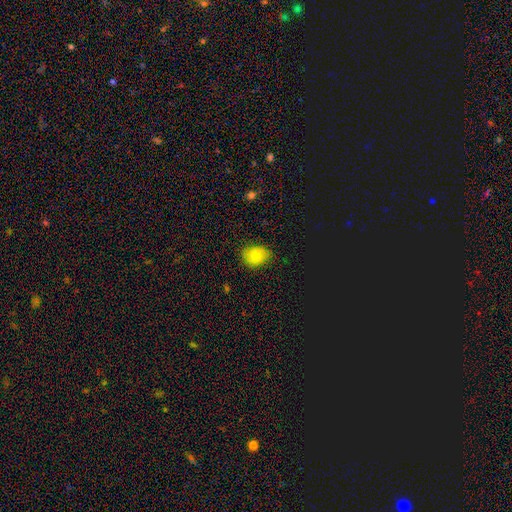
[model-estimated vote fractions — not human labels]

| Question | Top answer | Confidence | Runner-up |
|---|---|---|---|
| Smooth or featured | smooth | 78% | star or artifact (11%) |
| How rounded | in between | 58% | round (41%) |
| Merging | none | 74% | minor disturbance (21%) |